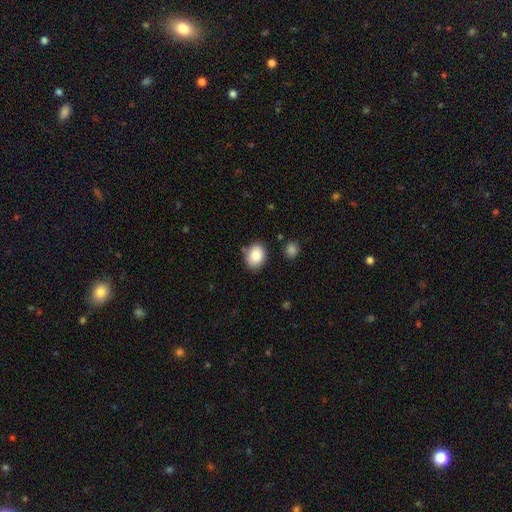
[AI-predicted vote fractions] Smooth or featured? smooth (86%)
How rounded? in between (62%)
Merging? none (80%)